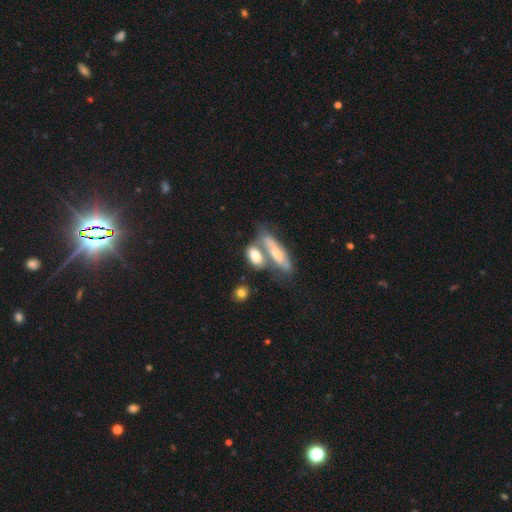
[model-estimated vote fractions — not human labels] Morphology: type=smooth (65%); roundness=in between (74%); merging=merger (50%).